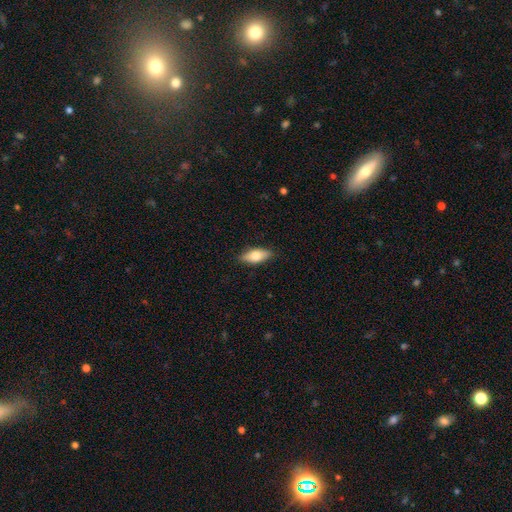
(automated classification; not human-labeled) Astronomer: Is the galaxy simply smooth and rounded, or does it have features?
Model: smooth — 71%.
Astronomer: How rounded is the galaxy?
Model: in between — 81%.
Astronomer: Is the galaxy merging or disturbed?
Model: none — 86%.